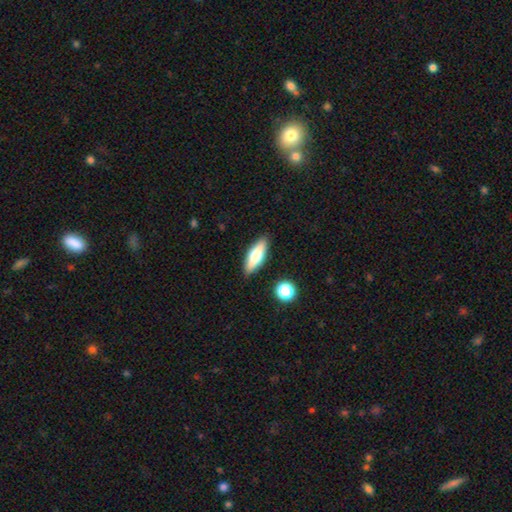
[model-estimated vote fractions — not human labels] smooth 60%, featured or disk 33%, star or artifact 7%. Down the decision tree: how rounded — in between (60%); merging — none (87%).